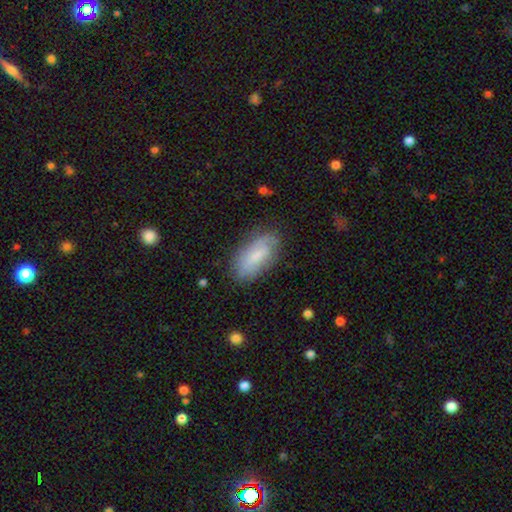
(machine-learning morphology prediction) smooth 62%, featured or disk 31%, star or artifact 7%. Down the decision tree: how rounded — in between (87%); merging — none (73%).